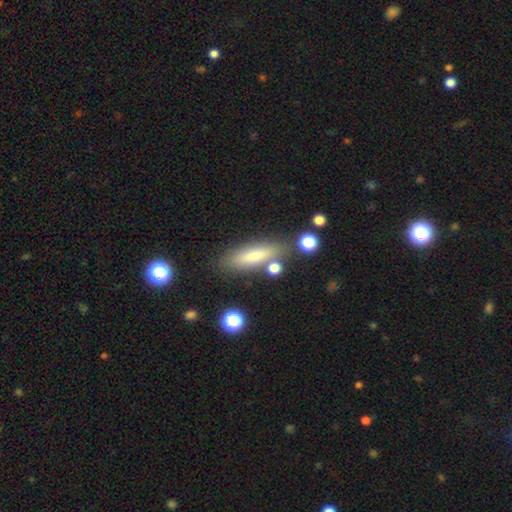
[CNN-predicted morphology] A smooth galaxy with no disk features (72%) that is cigar-shaped (62%).

Vote fractions:
- Smooth or featured? smooth: 72% / featured or disk: 19% / star or artifact: 9%
- How rounded? cigar-shaped: 62% / in between: 35% / round: 3%
- Merging? none: 76% / minor disturbance: 13% / merger: 7% / major disturbance: 4%